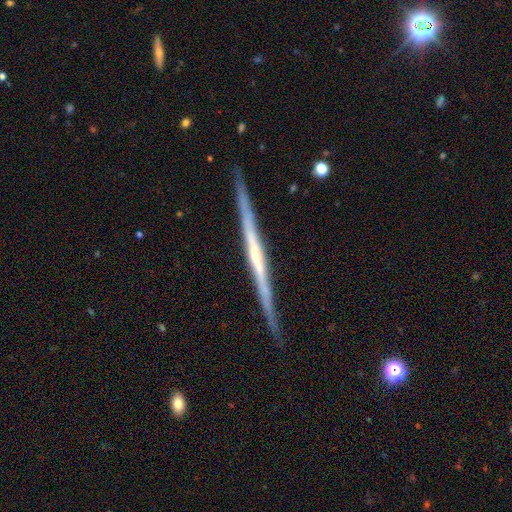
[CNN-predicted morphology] smooth-or-featured: featured or disk: 79% | smooth: 15% | star or artifact: 5%
  disk-edge-on: yes: 98% | no: 2%
    edge-on-bulge: none: 61% | rounded: 31% | boxy: 8%
  merging: none: 90% | minor disturbance: 8% | major disturbance: 1% | merger: 1%